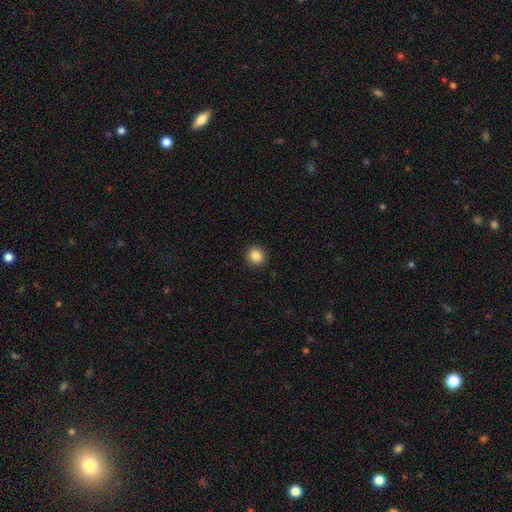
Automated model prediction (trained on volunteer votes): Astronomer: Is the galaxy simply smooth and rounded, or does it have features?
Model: smooth — 86%.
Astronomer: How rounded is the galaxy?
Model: round — 90%.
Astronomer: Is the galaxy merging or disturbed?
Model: none — 92%.